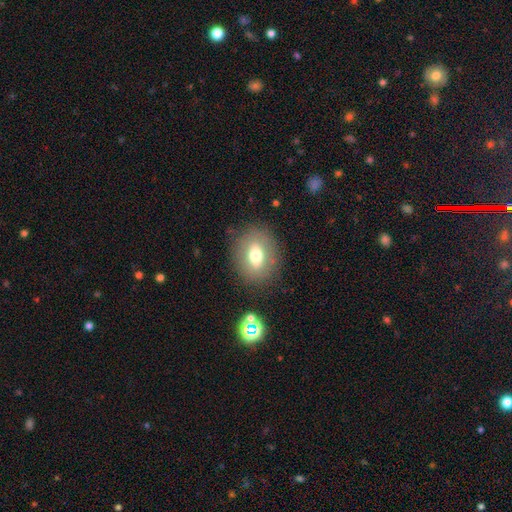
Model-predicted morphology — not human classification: smooth-or-featured: smooth: 60% | featured or disk: 29% | star or artifact: 11%
  how-rounded: in between: 58% | round: 40% | cigar-shaped: 2%
  merging: none: 82% | minor disturbance: 11% | major disturbance: 5% | merger: 2%